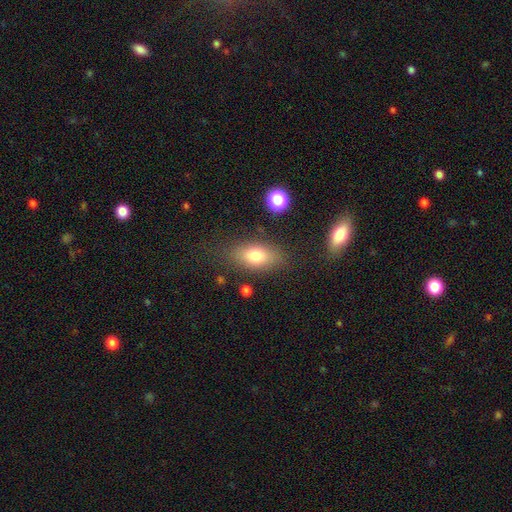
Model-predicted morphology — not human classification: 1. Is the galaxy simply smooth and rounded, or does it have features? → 76% smooth, 14% featured or disk, 10% star or artifact.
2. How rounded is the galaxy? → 84% in between, 10% round, 6% cigar-shaped.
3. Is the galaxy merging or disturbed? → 79% none, 13% minor disturbance, 5% major disturbance, 2% merger.